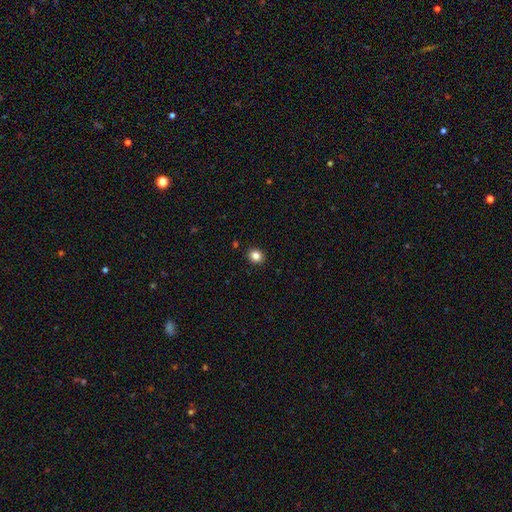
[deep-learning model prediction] Morphology: type=smooth (84%); roundness=round (75%); merging=none (92%).